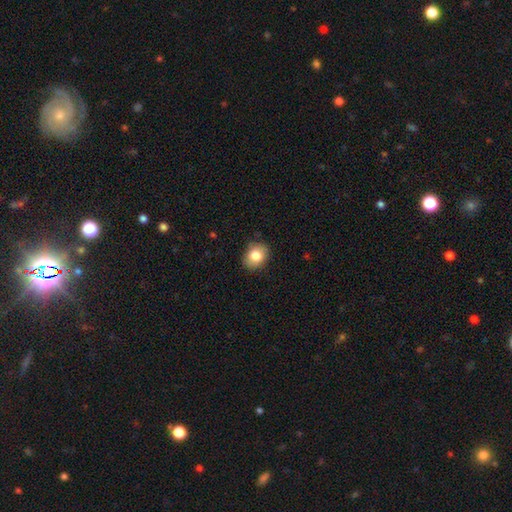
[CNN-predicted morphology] This appears to be a smooth galaxy with no disk features (83%) that is in between round and cigar-shaped (56%). Merging: none (84%).